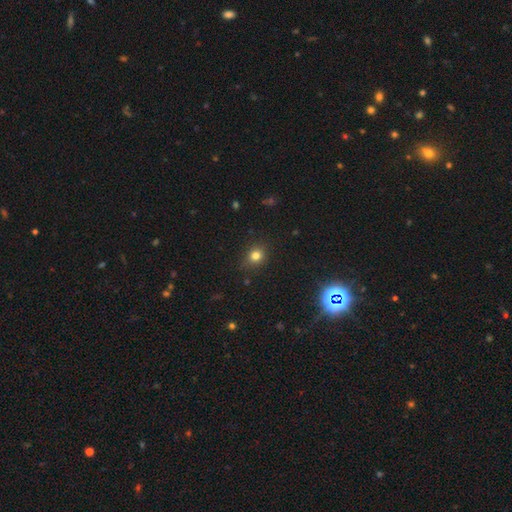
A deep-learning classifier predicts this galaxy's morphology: Overall: smooth (78%). How rounded: round (71%). Merging: none (82%).